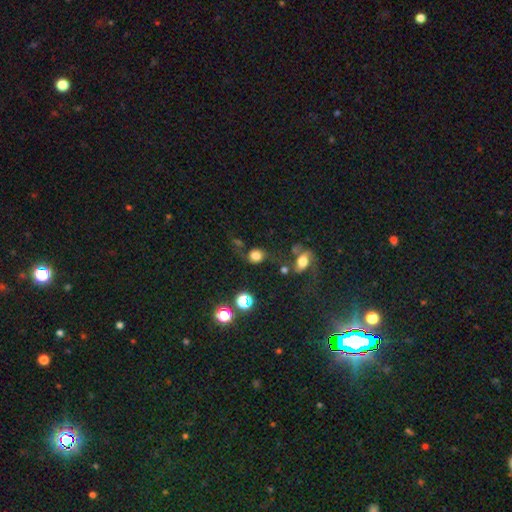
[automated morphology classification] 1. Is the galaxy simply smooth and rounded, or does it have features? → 72% smooth, 16% star or artifact, 12% featured or disk.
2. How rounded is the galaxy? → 73% round, 26% in between, 1% cigar-shaped.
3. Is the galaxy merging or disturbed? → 56% none, 20% minor disturbance, 14% major disturbance, 10% merger.